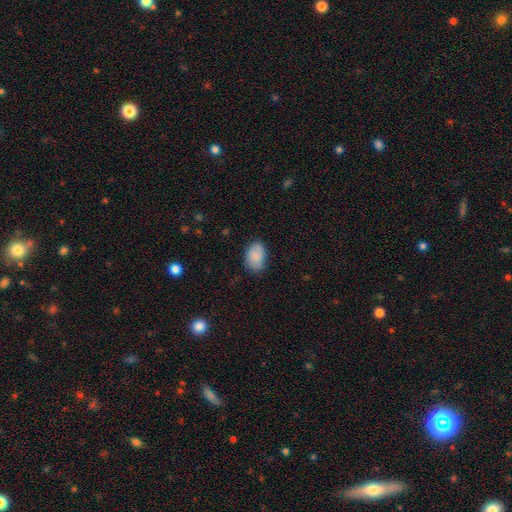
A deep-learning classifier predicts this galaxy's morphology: A smooth galaxy with no disk features (85%) that is in between round and cigar-shaped (83%). Merging: none (70%).